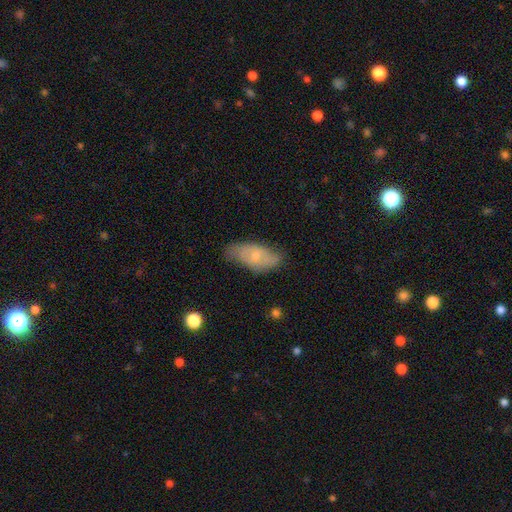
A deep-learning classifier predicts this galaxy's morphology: Overall: smooth (58%; featured or disk 36%). How rounded: in between (88%). Merging: none (64%; minor disturbance 28%).